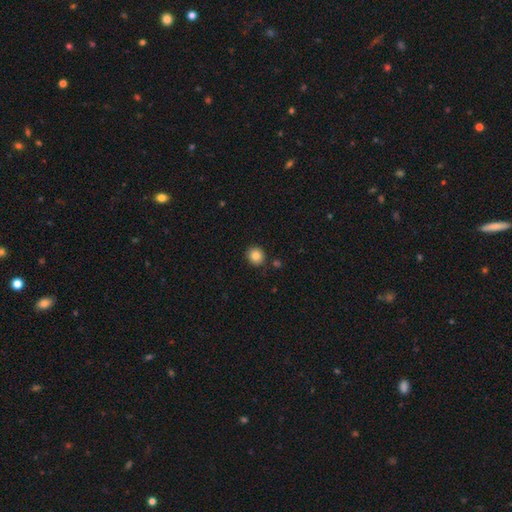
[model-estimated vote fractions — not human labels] Q: Smooth or featured?
A: smooth (85%); runner-up: star or artifact (10%)
Q: How rounded?
A: round (86%); runner-up: in between (13%)
Q: Merging?
A: none (87%); runner-up: minor disturbance (8%)